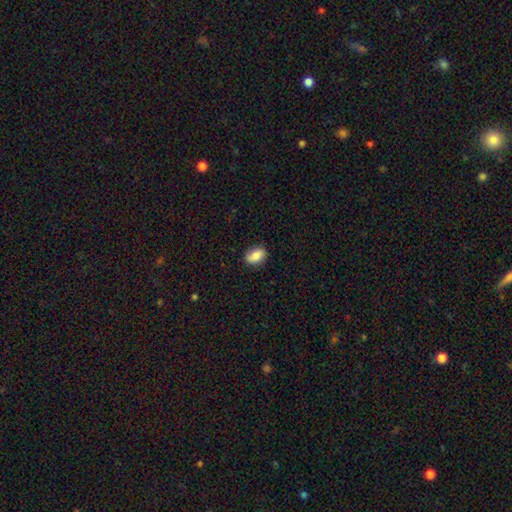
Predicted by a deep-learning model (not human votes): Smooth or featured? Predicted: smooth (p=0.80). How rounded? Predicted: in between (p=0.79). Merging? Predicted: none (p=0.83).